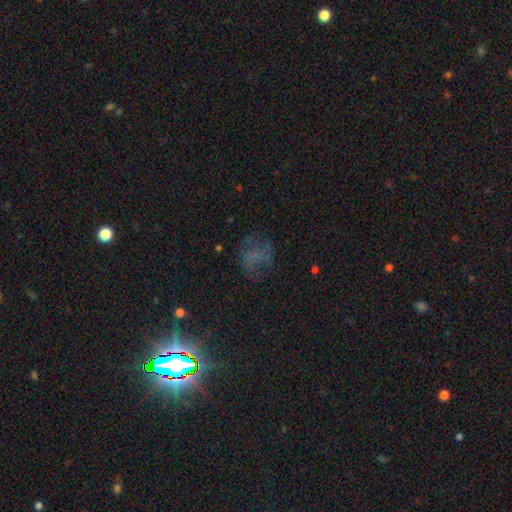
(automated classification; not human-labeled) Smooth or featured? smooth (39%)
Merging? none (56%)